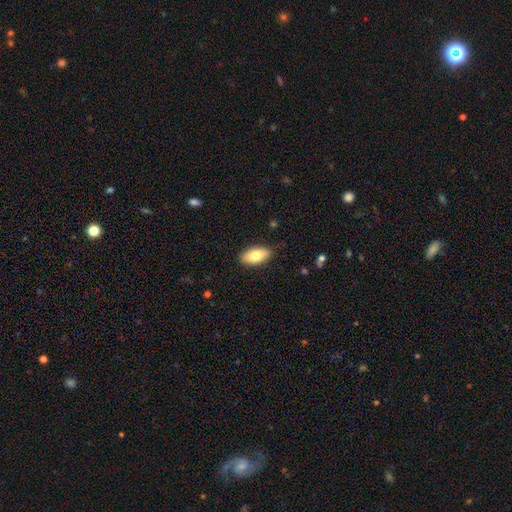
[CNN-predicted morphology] Smooth or featured? smooth (79%)
How rounded? in between (92%)
Merging? none (86%)